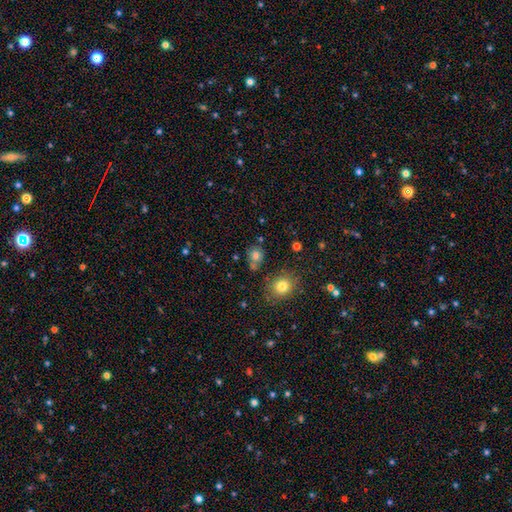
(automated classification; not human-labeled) smooth_or_featured: smooth (p=0.75) [alt: star or artifact p=0.15]
how_rounded: round (p=0.69) [alt: in between p=0.30]
merging: none (p=0.66) [alt: minor disturbance p=0.16]